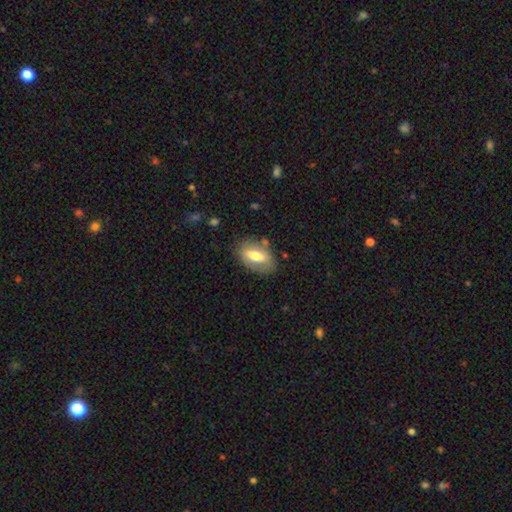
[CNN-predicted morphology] Smooth or featured? smooth (58%)
How rounded? in between (87%)
Merging? none (77%)